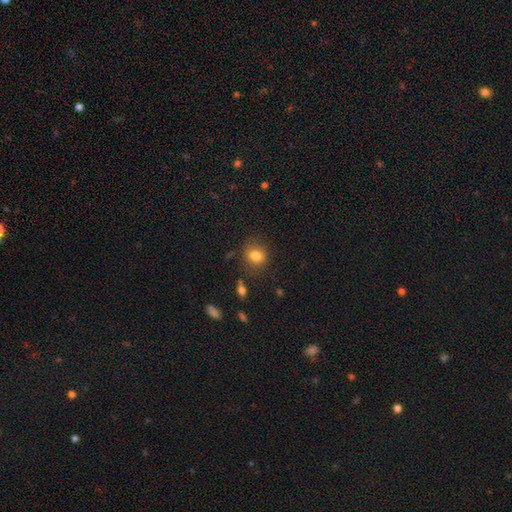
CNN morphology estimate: Overall: smooth (79%). How rounded: round (65%; in between 33%). Merging: none (77%).